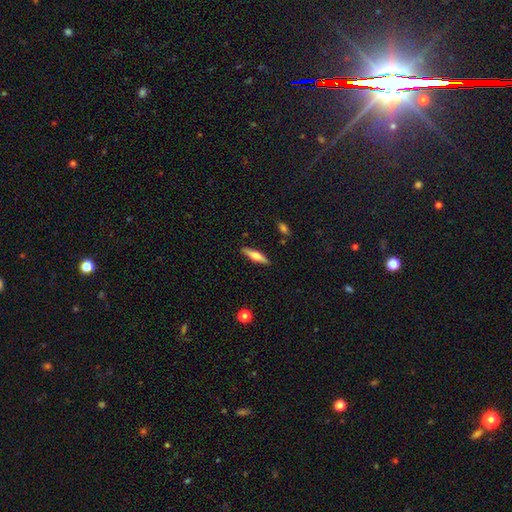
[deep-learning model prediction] The model was most divided on "smooth or featured": smooth: 51%, featured or disk: 43%, star or artifact: 6%. More confident: merging — none (88%); how rounded — cigar-shaped (74%).